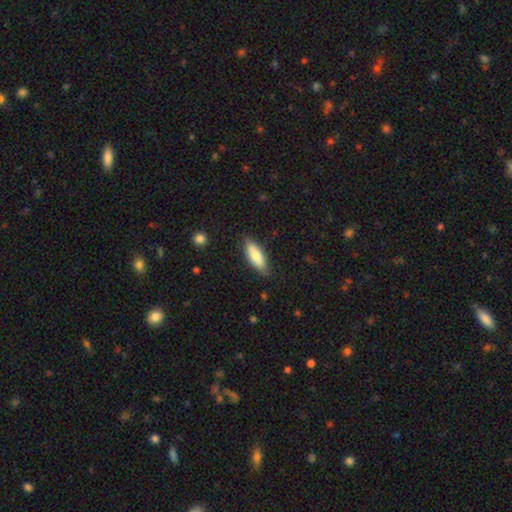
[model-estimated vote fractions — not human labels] Smooth or featured?
  - smooth: 74% *
  - featured or disk: 20%
  - star or artifact: 6%
How rounded?
  - in between: 66% *
  - cigar-shaped: 32%
  - round: 2%
Merging?
  - none: 79% *
  - minor disturbance: 16%
  - major disturbance: 3%
  - merger: 1%